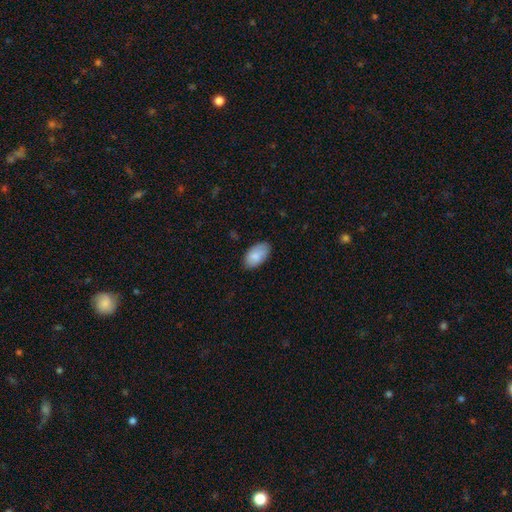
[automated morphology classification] type=smooth (85%); roundness=in between (95%); merging=none (78%).